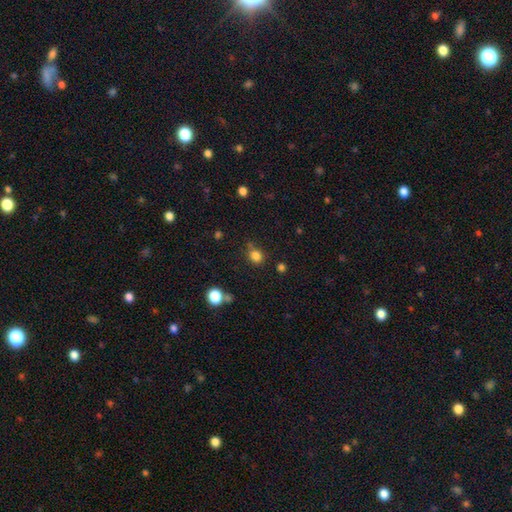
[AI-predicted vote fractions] smooth-or-featured: smooth: 81% | star or artifact: 14% | featured or disk: 5%
  how-rounded: round: 73% | in between: 26% | cigar-shaped: 1%
  merging: none: 69% | minor disturbance: 17% | merger: 8% | major disturbance: 5%